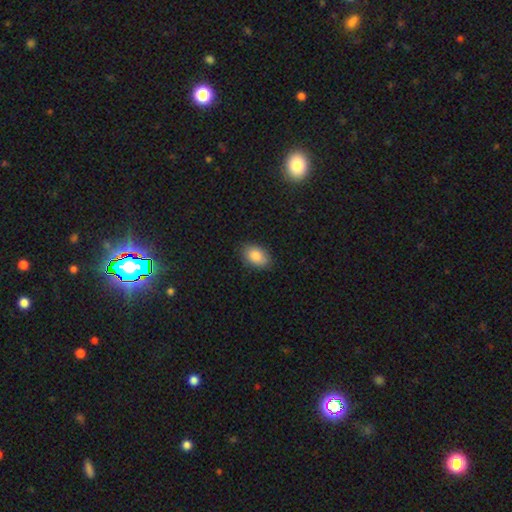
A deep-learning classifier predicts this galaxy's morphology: A smooth galaxy with no disk features (87%) that is in between round and cigar-shaped (90%).

Vote fractions:
- Smooth or featured? smooth: 87% / star or artifact: 7% / featured or disk: 6%
- How rounded? in between: 90% / round: 9% / cigar-shaped: 1%
- Merging? none: 86% / minor disturbance: 11% / major disturbance: 2% / merger: 1%